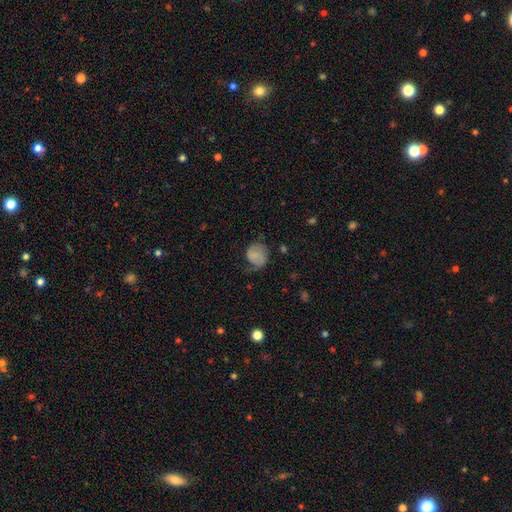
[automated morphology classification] Smooth or featured? Predicted: smooth (p=0.55). How rounded? Predicted: round (p=0.67). Merging? Predicted: none (p=0.45).